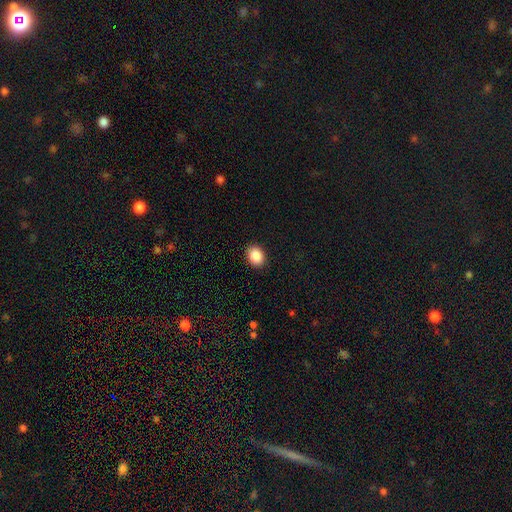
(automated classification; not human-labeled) Smooth or featured?
  - smooth: 88% *
  - star or artifact: 8%
  - featured or disk: 3%
How rounded?
  - in between: 55% *
  - round: 44%
  - cigar-shaped: 1%
Merging?
  - none: 91% *
  - minor disturbance: 6%
  - major disturbance: 2%
  - merger: 1%